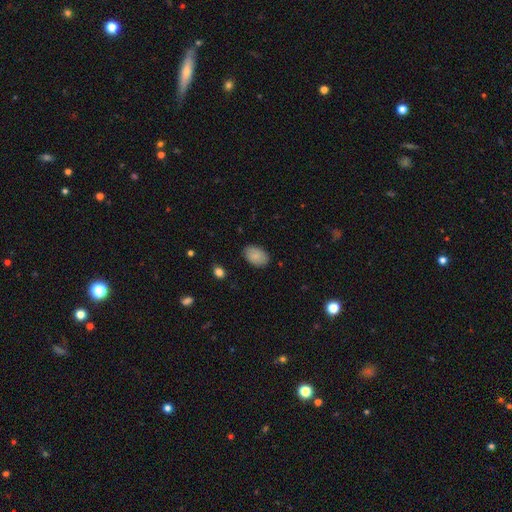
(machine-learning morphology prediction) smooth 86%, featured or disk 7%, star or artifact 7%. Down the decision tree: how rounded — in between (88%); merging — none (84%).